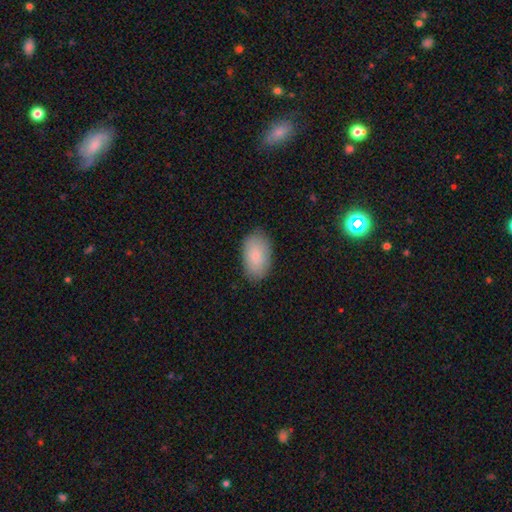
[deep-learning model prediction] This appears to be a smooth galaxy with no disk features (84%) that is in between round and cigar-shaped (93%). Merging: none (84%).